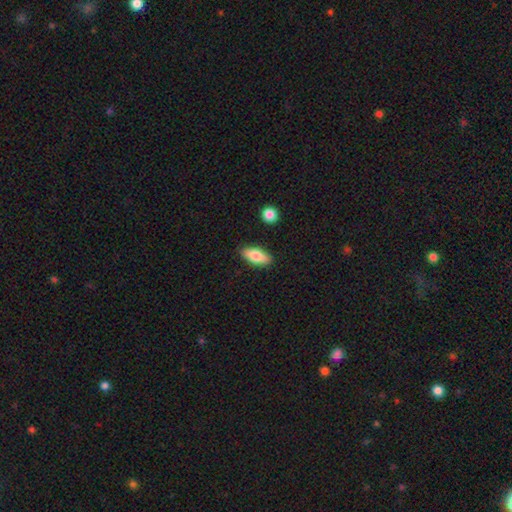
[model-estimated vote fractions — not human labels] Smooth or featured? smooth (80%)
How rounded? in between (80%)
Merging? none (86%)